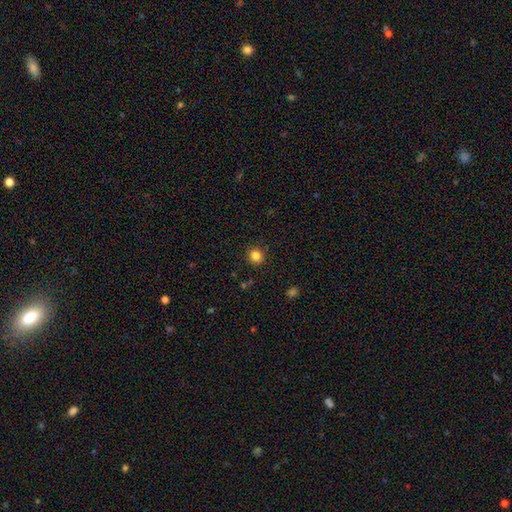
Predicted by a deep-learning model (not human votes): A smooth galaxy with no disk features (83%) that is round (91%). Merging: none (90%).